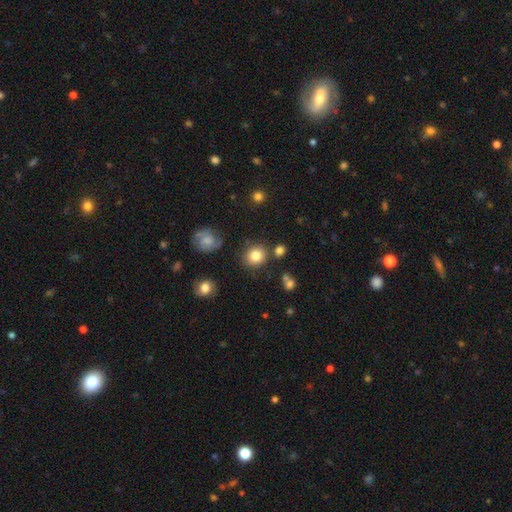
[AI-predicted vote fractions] Q: Smooth or featured?
A: smooth (81%); runner-up: star or artifact (11%)
Q: How rounded?
A: round (82%); runner-up: in between (17%)
Q: Merging?
A: none (80%); runner-up: minor disturbance (11%)